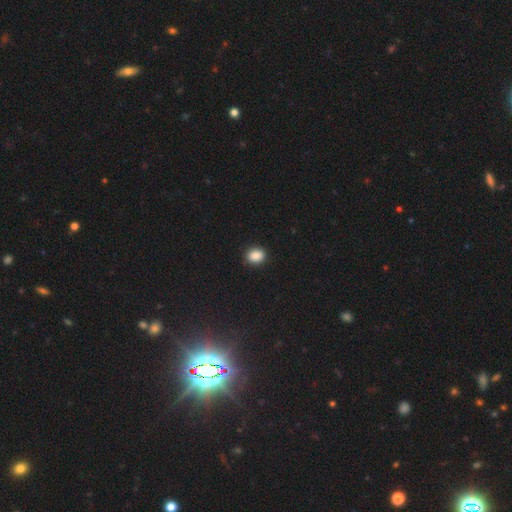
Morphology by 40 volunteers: Volunteers were most divided on "how rounded": round: 53%, in between: 47%, cigar-shaped: 0%. More confident: smooth or featured — smooth (95%); merging — none (95%).